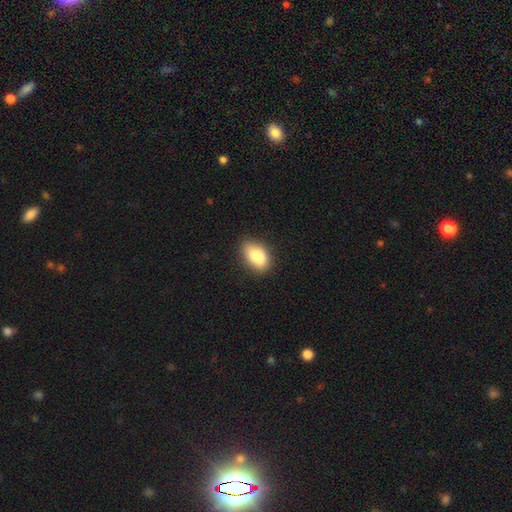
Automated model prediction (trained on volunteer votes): Morphology: type=smooth (83%); roundness=in between (89%); merging=none (73%).